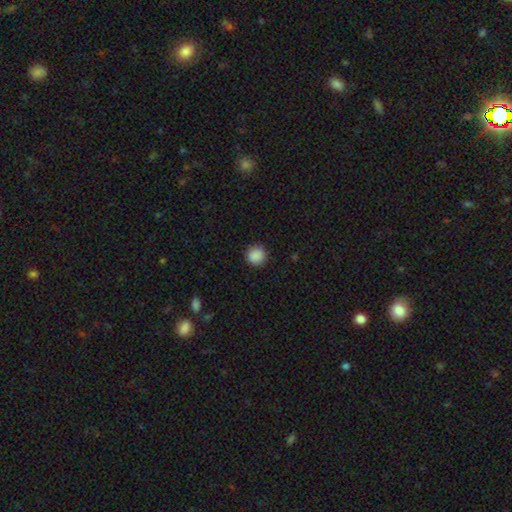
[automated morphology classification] The model was most divided on "smooth or featured": smooth: 89%, star or artifact: 9%, featured or disk: 2%. More confident: how rounded — round (94%); merging — none (91%).